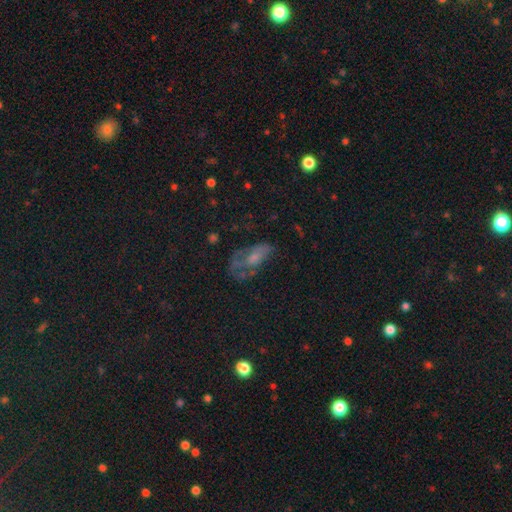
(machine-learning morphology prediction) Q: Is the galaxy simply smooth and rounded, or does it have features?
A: featured or disk — 45%.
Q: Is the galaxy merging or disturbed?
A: none — 40%.